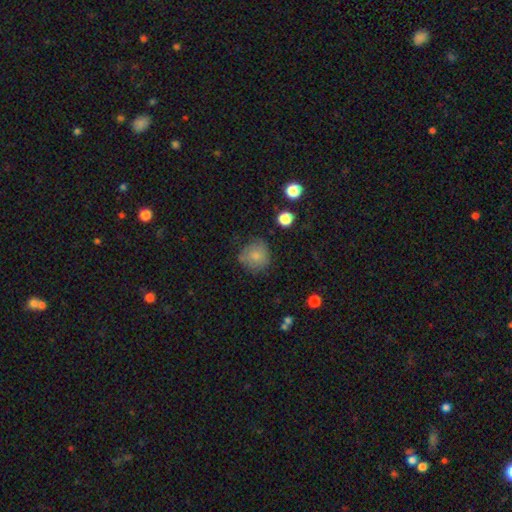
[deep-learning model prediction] smooth 77%, featured or disk 14%, star or artifact 9%. Down the decision tree: how rounded — round (85%); merging — none (63%).